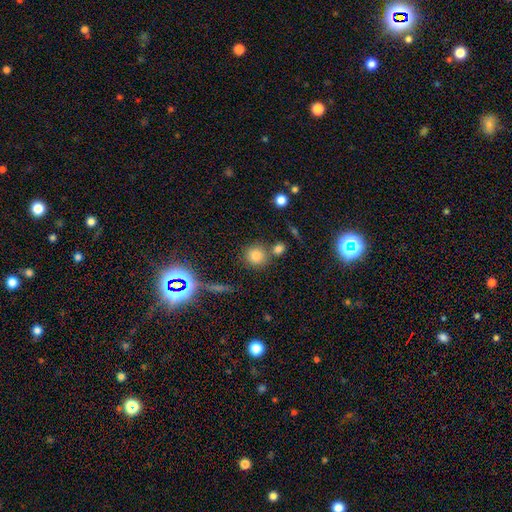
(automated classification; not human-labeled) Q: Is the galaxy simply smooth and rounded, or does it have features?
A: smooth — 79%.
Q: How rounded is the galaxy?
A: round — 88%.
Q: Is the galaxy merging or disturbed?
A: none — 70%.